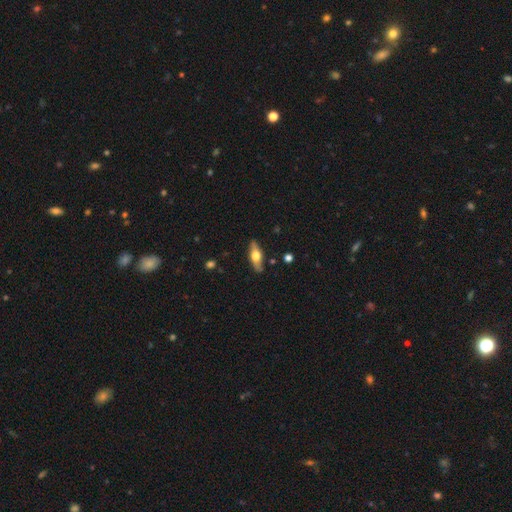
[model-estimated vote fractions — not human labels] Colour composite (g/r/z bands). It shows a featured or disk galaxy (51%) viewed edge-on (86%). Merging: none (86%).